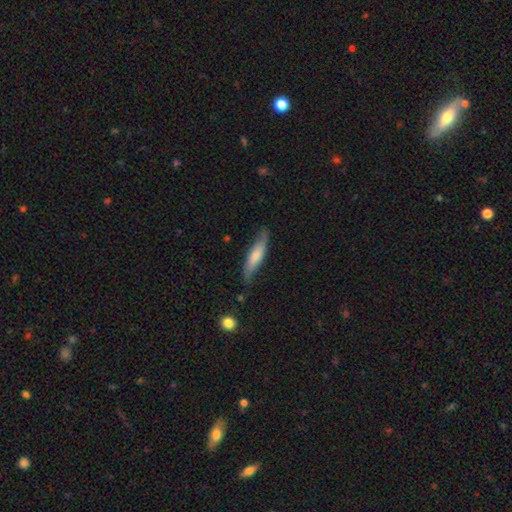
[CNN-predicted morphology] Smooth or featured? Predicted: smooth (p=0.58). How rounded? Predicted: cigar-shaped (p=0.71). Merging? Predicted: none (p=0.66).